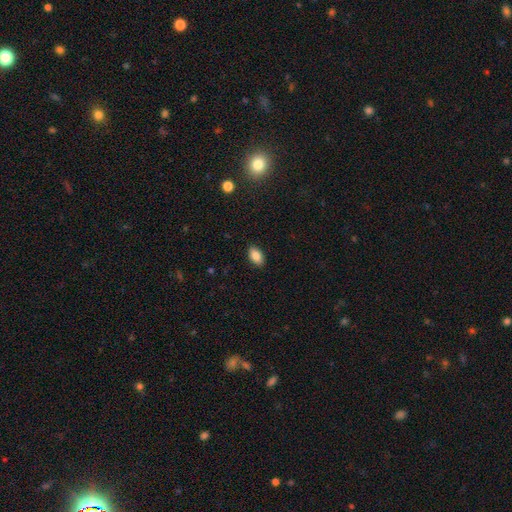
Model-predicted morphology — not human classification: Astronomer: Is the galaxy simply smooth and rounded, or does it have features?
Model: smooth — 86%.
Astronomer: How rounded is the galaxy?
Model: in between — 92%.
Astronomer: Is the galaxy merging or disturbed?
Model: none — 89%.